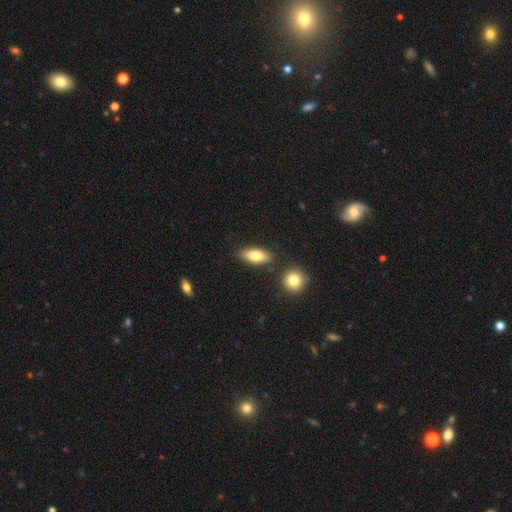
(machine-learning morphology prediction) Overall: smooth (75%). How rounded: in between (78%). Merging: none (81%).